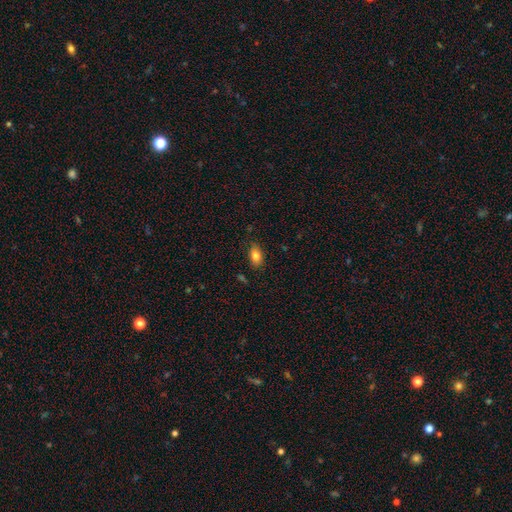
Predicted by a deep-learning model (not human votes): Smooth or featured? Predicted: smooth (p=0.83). How rounded? Predicted: in between (p=0.87). Merging? Predicted: none (p=0.82).